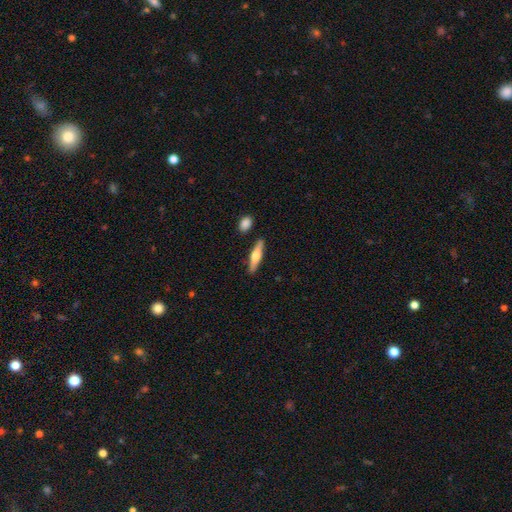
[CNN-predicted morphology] featured or disk 48%, smooth 47%, star or artifact 6%. Down the decision tree: merging — none (85%).